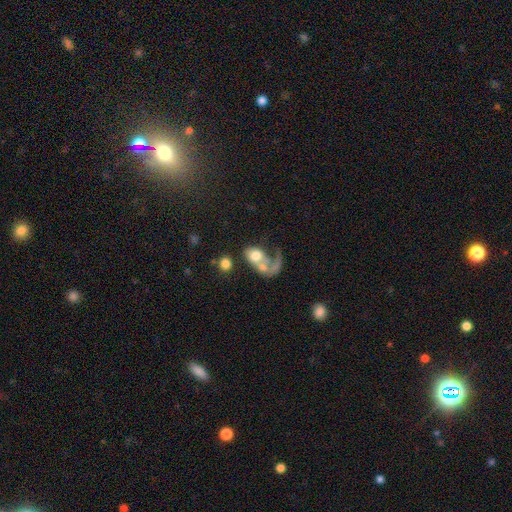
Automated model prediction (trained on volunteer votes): Morphology: type=smooth (48%); merging=merger (47%).